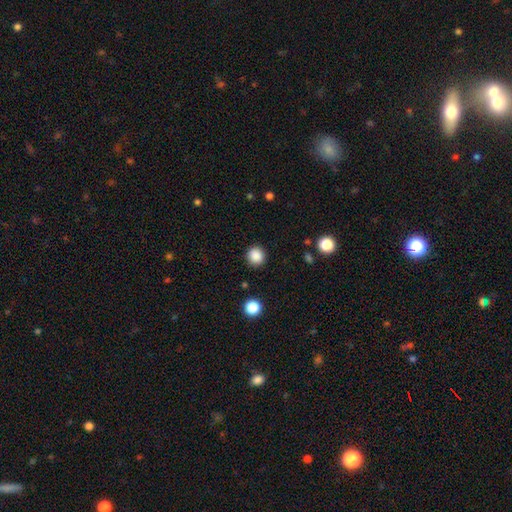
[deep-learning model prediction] smooth_or_featured: smooth (p=0.87) [alt: star or artifact p=0.10]
how_rounded: round (p=0.91) [alt: in between p=0.08]
merging: none (p=0.90) [alt: minor disturbance p=0.06]